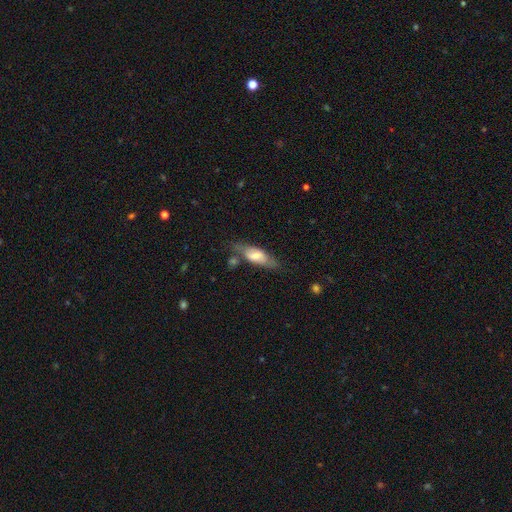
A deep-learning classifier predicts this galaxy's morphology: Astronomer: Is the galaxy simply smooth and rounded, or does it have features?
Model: smooth — 54% (runner-up: featured or disk, 40%).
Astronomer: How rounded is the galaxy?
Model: in between — 61%.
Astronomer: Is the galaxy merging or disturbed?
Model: none — 61%.